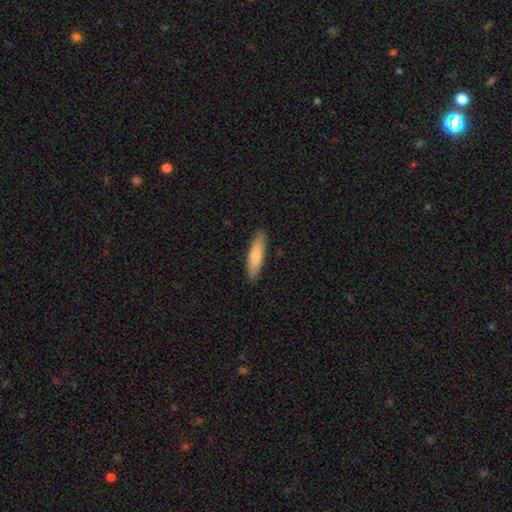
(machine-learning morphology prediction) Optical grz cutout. It shows a smooth galaxy with no disk features (79%) that is cigar-shaped (67%). Merging: none (88%).